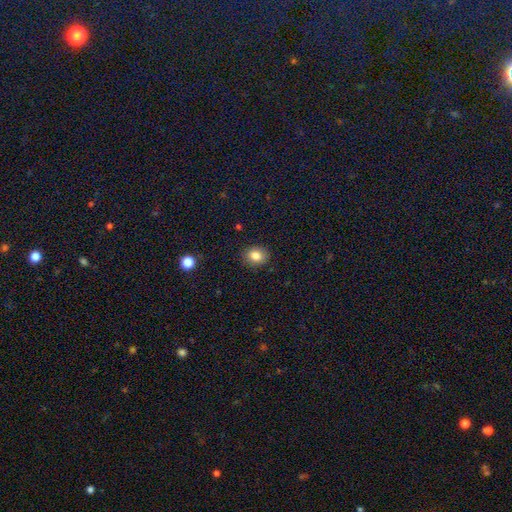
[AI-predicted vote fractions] Smooth or featured: smooth — 84% (star or artifact — 10%)
How rounded: round — 56% (in between — 43%)
Merging: none — 88% (minor disturbance — 8%)